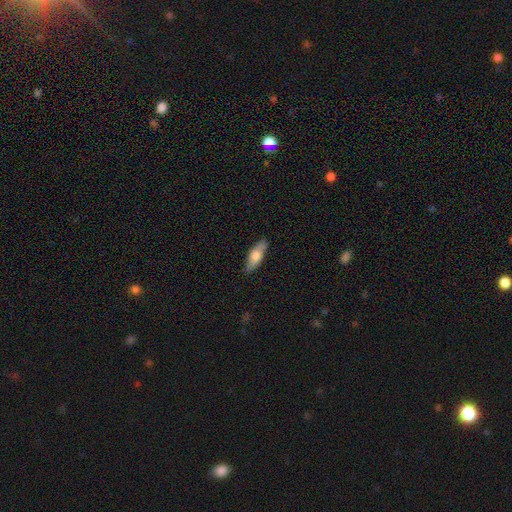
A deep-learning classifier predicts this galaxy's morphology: type=smooth (65%); roundness=in between (59%); merging=none (82%).